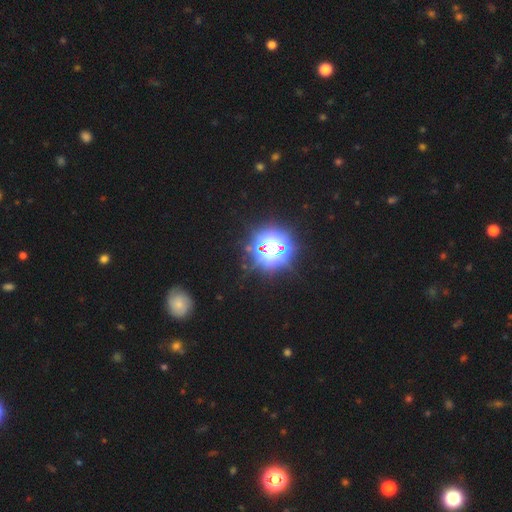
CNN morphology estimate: Smooth or featured: star or artifact — 82% (smooth — 13%)